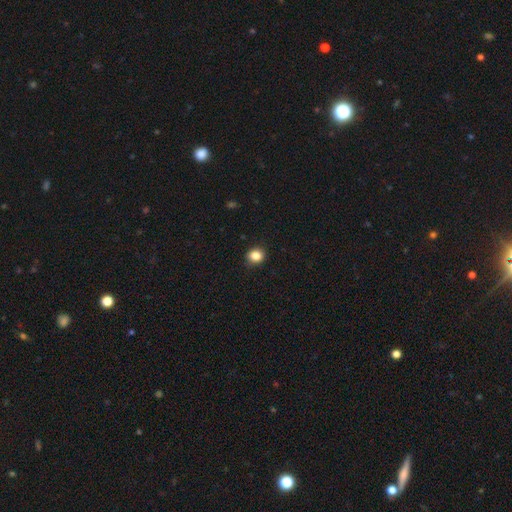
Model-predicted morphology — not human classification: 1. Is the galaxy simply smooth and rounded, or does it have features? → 85% smooth, 10% star or artifact, 4% featured or disk.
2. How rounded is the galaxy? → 70% round, 29% in between, 1% cigar-shaped.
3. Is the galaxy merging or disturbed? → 88% none, 9% minor disturbance, 2% major disturbance, 1% merger.